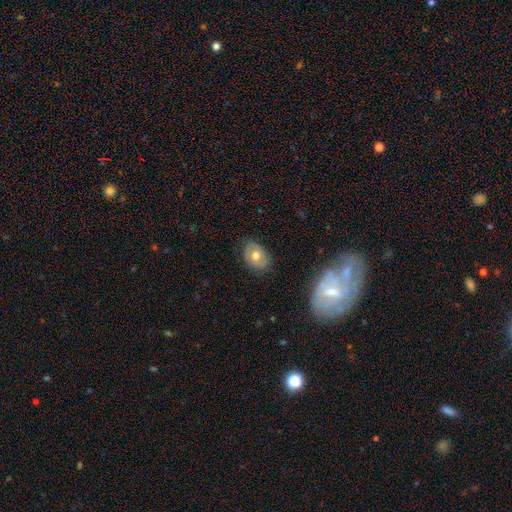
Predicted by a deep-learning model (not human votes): Morphology: type=smooth (57%); roundness=in between (67%); merging=none (75%).